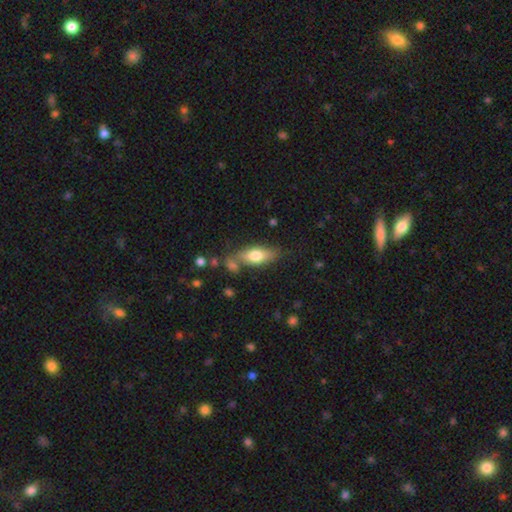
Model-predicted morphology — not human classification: Smooth or featured? smooth (69%)
How rounded? in between (73%)
Merging? none (67%)